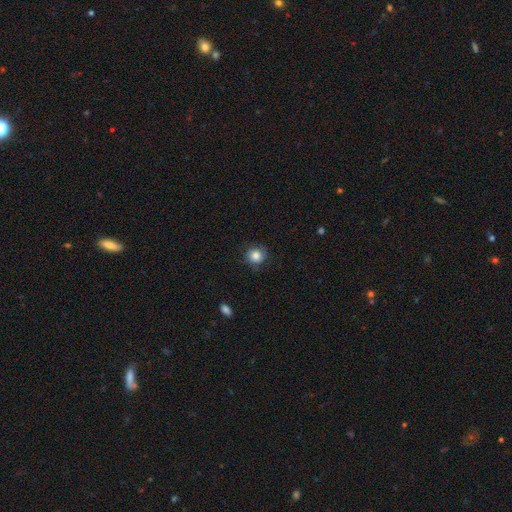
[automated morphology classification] type=smooth (82%); roundness=round (89%); merging=none (81%).